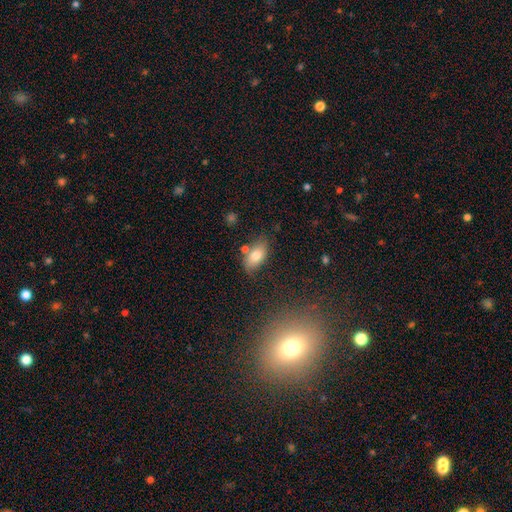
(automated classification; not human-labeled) A smooth galaxy with no disk features (77%) that is in between round and cigar-shaped (91%).

Vote fractions:
- Smooth or featured? smooth: 77% / featured or disk: 15% / star or artifact: 8%
- How rounded? in between: 91% / round: 5% / cigar-shaped: 4%
- Merging? none: 68% / minor disturbance: 17% / merger: 11% / major disturbance: 4%